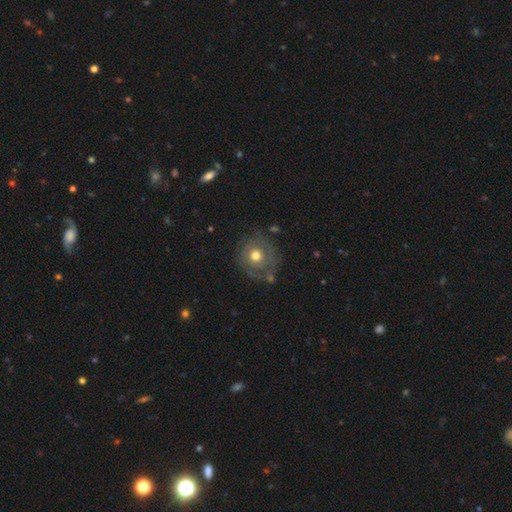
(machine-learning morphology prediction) Q: Smooth or featured?
A: featured or disk (57%); runner-up: smooth (35%)
Q: Edge-on disk?
A: no (97%); runner-up: yes (3%)
Q: Bar?
A: no (88%); runner-up: weak (10%)
Q: Spiral arms?
A: yes (63%); runner-up: no (37%)
Q: Bulge size?
A: moderate (77%); runner-up: large (13%)
Q: Merging?
A: none (70%); runner-up: minor disturbance (18%)